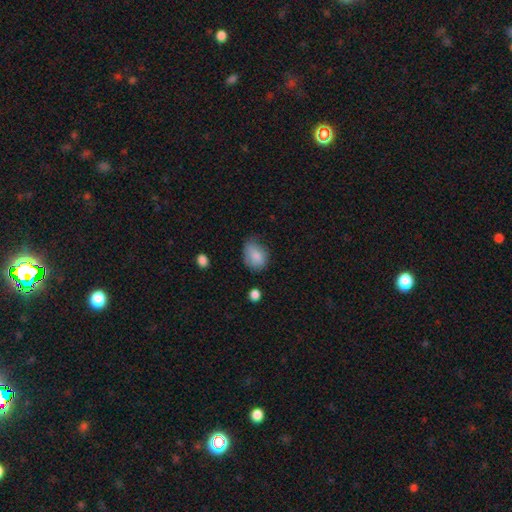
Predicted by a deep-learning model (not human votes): A smooth galaxy with no disk features (82%) that is in between round and cigar-shaped (62%).

Vote fractions:
- Smooth or featured? smooth: 82% / featured or disk: 10% / star or artifact: 8%
- How rounded? in between: 62% / round: 37% / cigar-shaped: 1%
- Merging? none: 53% / minor disturbance: 36% / major disturbance: 10% / merger: 2%